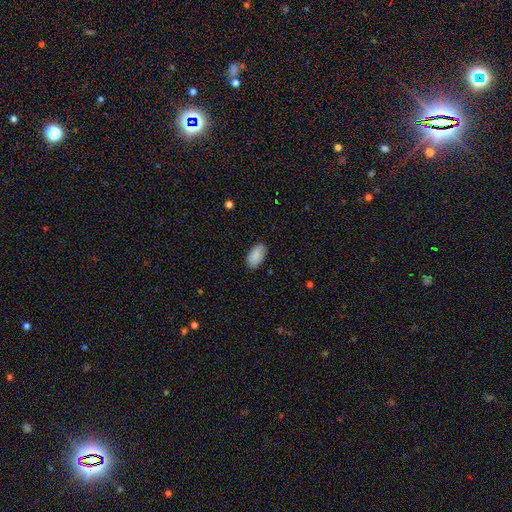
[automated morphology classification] A smooth galaxy with no disk features (89%) that is in between round and cigar-shaped (95%).

Vote fractions:
- Smooth or featured? smooth: 89% / star or artifact: 6% / featured or disk: 5%
- How rounded? in between: 95% / round: 3% / cigar-shaped: 2%
- Merging? none: 85% / minor disturbance: 11% / major disturbance: 2% / merger: 1%